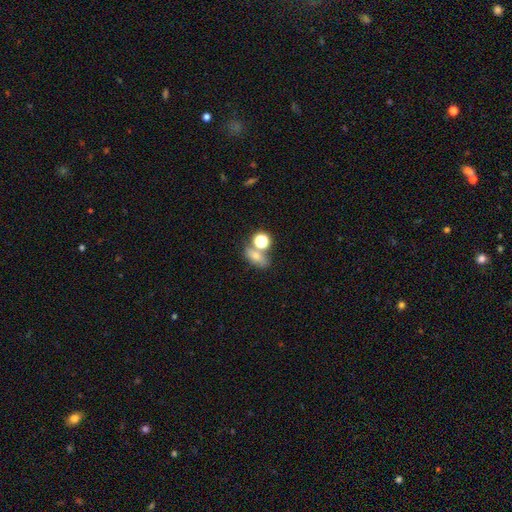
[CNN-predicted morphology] Smooth or featured: smooth — 65% (star or artifact — 19%)
How rounded: in between — 67% (round — 27%)
Merging: none — 50% (merger — 32%)